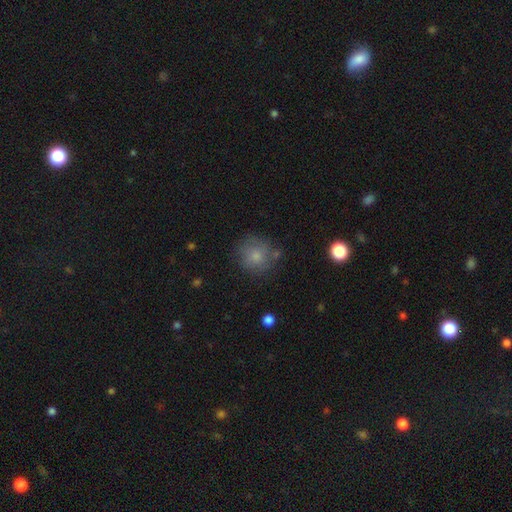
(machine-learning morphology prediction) Smooth or featured?
  - smooth: 79% *
  - featured or disk: 11%
  - star or artifact: 10%
How rounded?
  - round: 91% *
  - in between: 8%
  - cigar-shaped: 1%
Merging?
  - none: 74% *
  - minor disturbance: 16%
  - major disturbance: 6%
  - merger: 4%